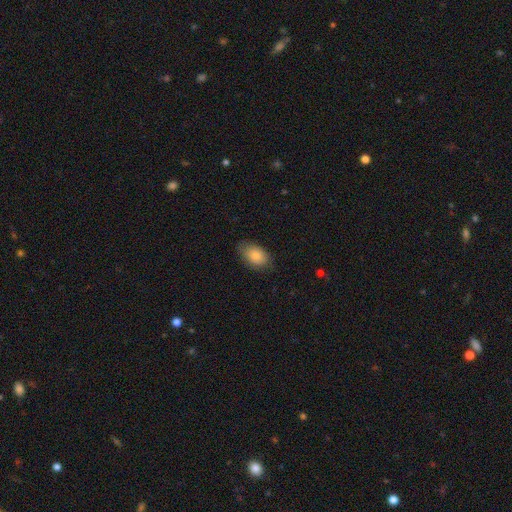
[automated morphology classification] A smooth galaxy with no disk features (83%) that is in between round and cigar-shaped (89%). Merging: none (75%).